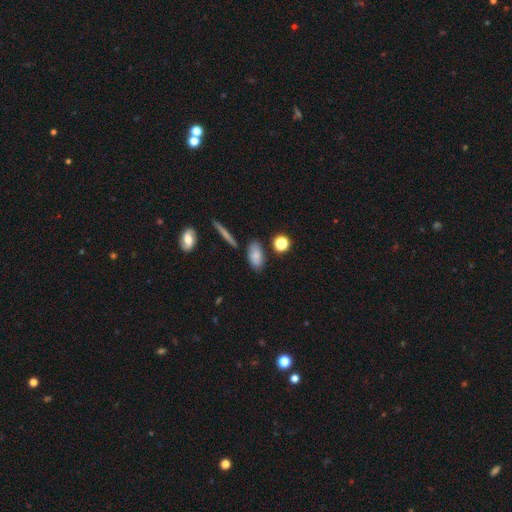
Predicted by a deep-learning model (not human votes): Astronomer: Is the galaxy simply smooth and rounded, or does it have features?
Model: smooth — 77%.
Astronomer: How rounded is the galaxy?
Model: in between — 87%.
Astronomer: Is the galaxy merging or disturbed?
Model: none — 74%.